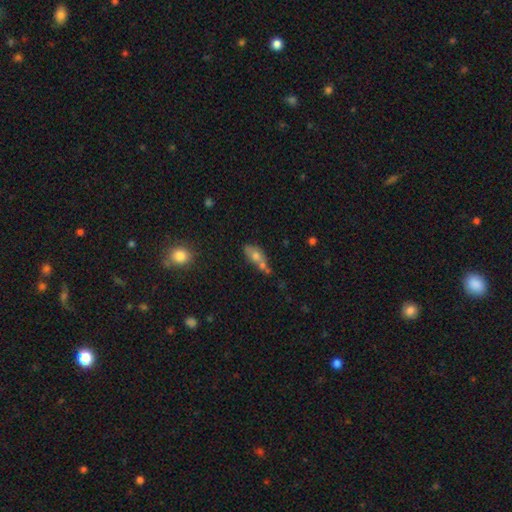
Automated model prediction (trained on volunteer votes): This appears to be a smooth galaxy with no disk features (66%) that is in between round and cigar-shaped (78%). Merging: none (42%).